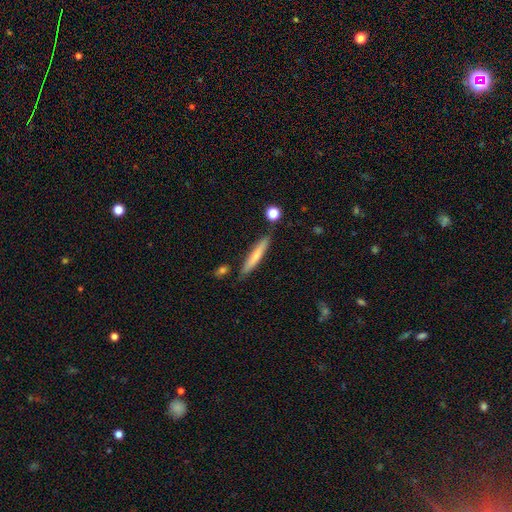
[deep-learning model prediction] Overall: smooth (66%; featured or disk 28%). How rounded: cigar-shaped (93%). Merging: none (83%).